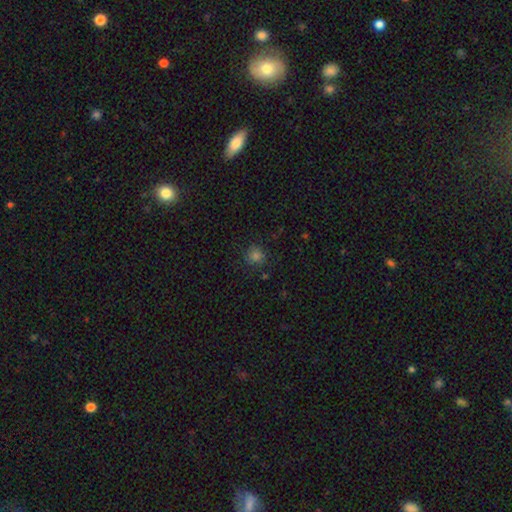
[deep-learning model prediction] Overall: smooth (77%). How rounded: round (91%). Merging: none (84%).